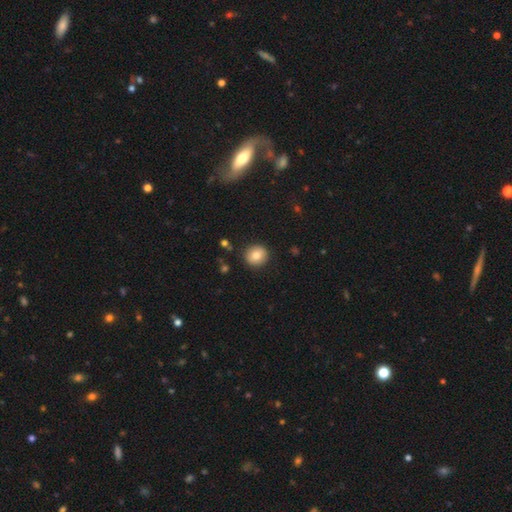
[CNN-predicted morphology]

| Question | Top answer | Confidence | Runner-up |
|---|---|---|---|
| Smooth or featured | smooth | 80% | featured or disk (11%) |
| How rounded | round | 90% | in between (9%) |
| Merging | none | 90% | minor disturbance (7%) |